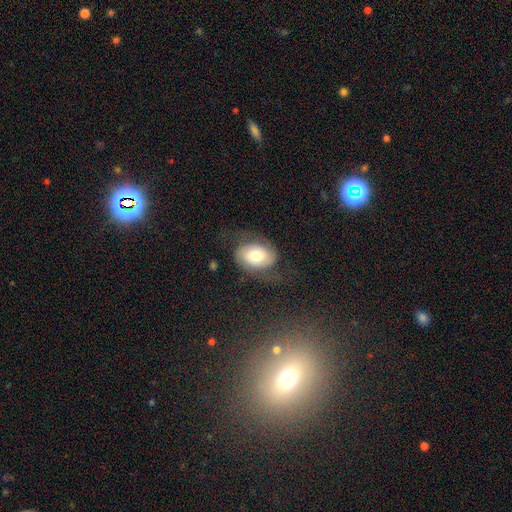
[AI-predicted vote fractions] Smooth or featured? featured or disk (55%)
Edge-on disk? no (96%)
Bar? no (70%)
Spiral arms? yes (84%)
Bulge size? moderate (57%)
Merging? none (60%)